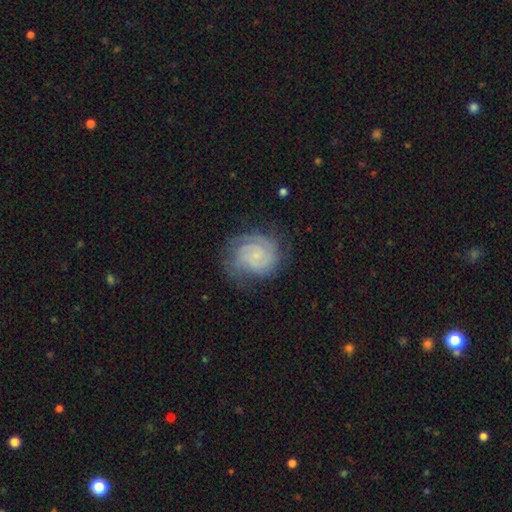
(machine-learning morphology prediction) Smooth or featured?
  - featured or disk: 81% *
  - smooth: 12%
  - star or artifact: 6%
Edge-on disk?
  - no: 98% *
  - yes: 2%
Bar?
  - no: 68% *
  - weak: 28%
  - strong: 5%
Spiral arms?
  - yes: 97% *
  - no: 3%
Spiral winding?
  - tight: 72% *
  - medium: 23%
  - loose: 5%
Spiral arm count?
  - 2: 35% *
  - 3: 25%
  - can't tell: 22%
  - 4: 7%
  - 1: 6%
  - more than 4: 5%
Bulge size?
  - small: 74% *
  - none: 15%
  - moderate: 9%
  - large: 1%
  - dominant: 1%
Merging?
  - none: 71% *
  - minor disturbance: 19%
  - major disturbance: 9%
  - merger: 1%